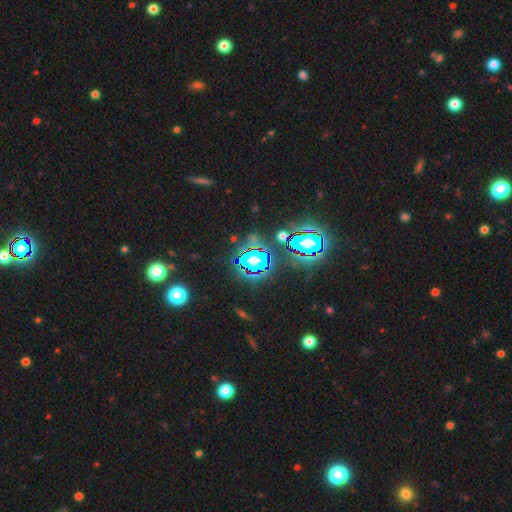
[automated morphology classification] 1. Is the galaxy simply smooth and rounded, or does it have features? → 78% star or artifact, 13% smooth, 9% featured or disk.